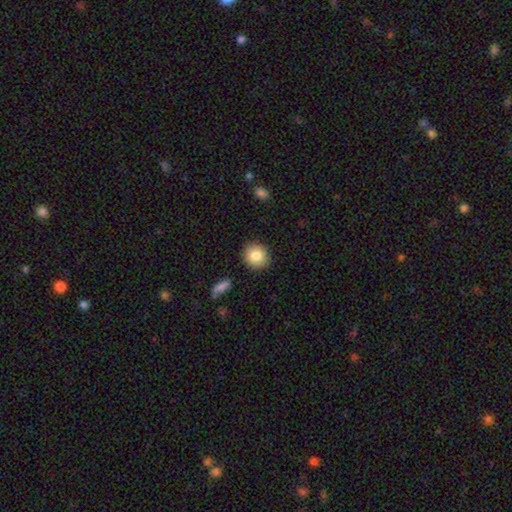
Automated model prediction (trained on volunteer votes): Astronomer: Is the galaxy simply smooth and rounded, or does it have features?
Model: smooth — 83%.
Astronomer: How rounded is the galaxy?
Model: round — 85%.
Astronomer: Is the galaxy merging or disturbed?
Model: none — 89%.